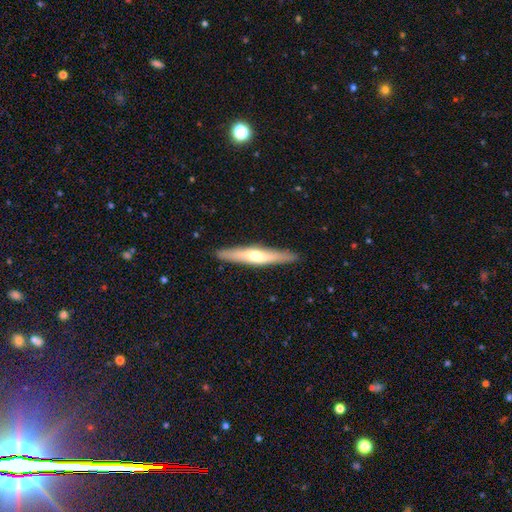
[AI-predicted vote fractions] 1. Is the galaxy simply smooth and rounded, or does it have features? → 55% featured or disk, 39% smooth, 5% star or artifact.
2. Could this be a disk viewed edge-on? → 91% yes, 9% no.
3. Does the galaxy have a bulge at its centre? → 82% rounded, 13% none, 5% boxy.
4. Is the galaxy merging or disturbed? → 90% none, 7% minor disturbance, 1% major disturbance, 1% merger.